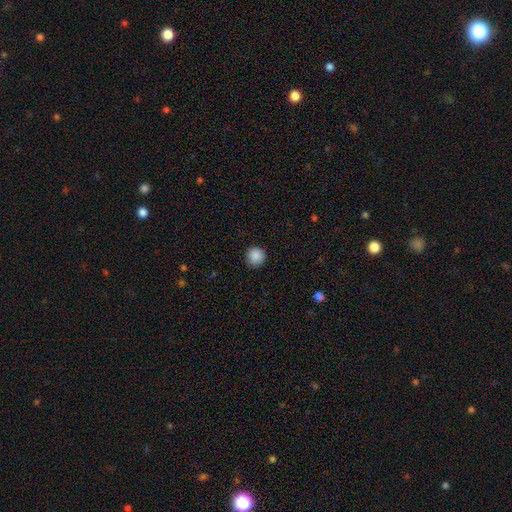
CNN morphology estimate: Smooth or featured? smooth (89%)
How rounded? round (94%)
Merging? none (91%)